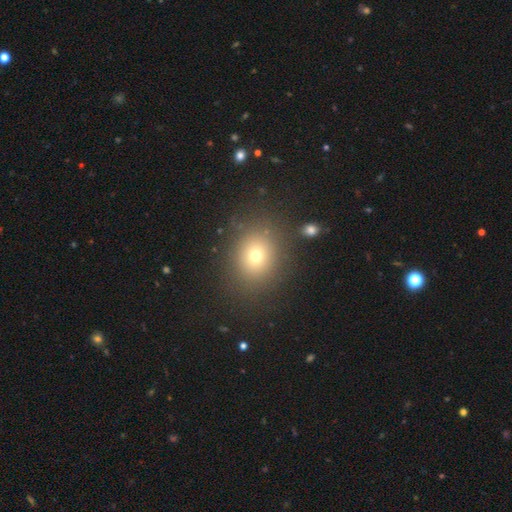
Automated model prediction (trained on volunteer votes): Smooth or featured? smooth (70%)
How rounded? round (71%)
Merging? none (85%)